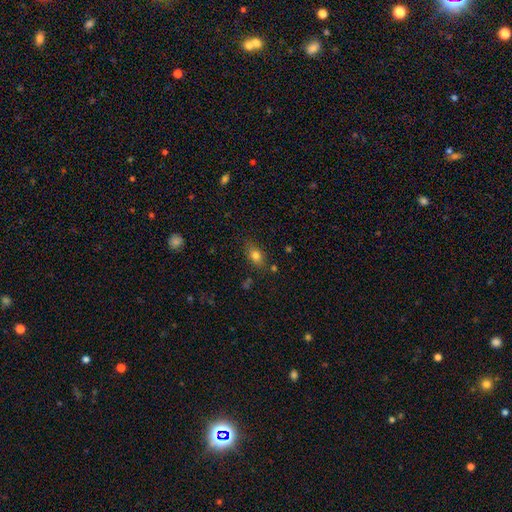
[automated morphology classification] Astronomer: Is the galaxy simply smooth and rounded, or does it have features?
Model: smooth — 78%.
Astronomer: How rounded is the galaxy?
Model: in between — 75%.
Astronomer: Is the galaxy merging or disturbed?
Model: none — 77%.